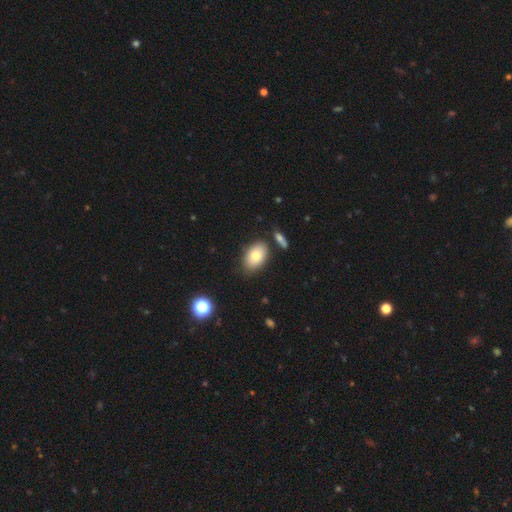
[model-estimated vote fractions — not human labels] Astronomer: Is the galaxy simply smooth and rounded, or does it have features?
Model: smooth — 76%.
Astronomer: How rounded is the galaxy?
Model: in between — 88%.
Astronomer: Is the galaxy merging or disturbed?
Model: none — 77%.